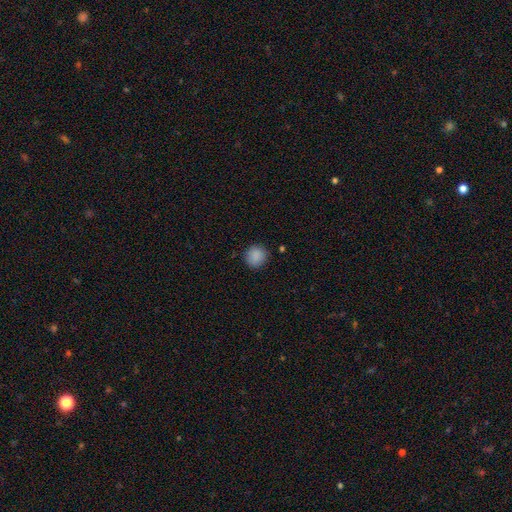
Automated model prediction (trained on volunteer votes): Q: Smooth or featured?
A: smooth (88%); runner-up: star or artifact (8%)
Q: How rounded?
A: round (89%); runner-up: in between (10%)
Q: Merging?
A: none (87%); runner-up: minor disturbance (9%)